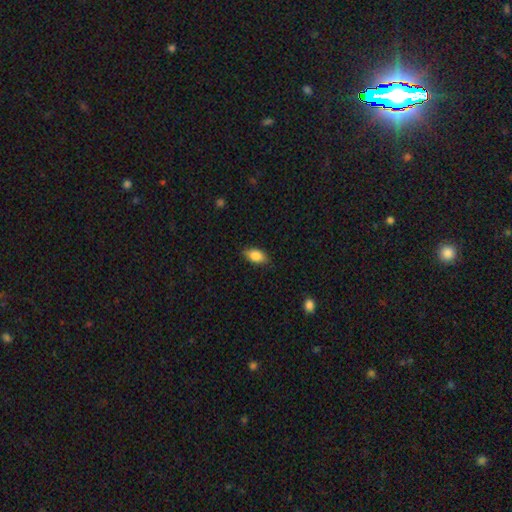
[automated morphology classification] Smooth or featured? smooth (86%)
How rounded? in between (91%)
Merging? none (84%)